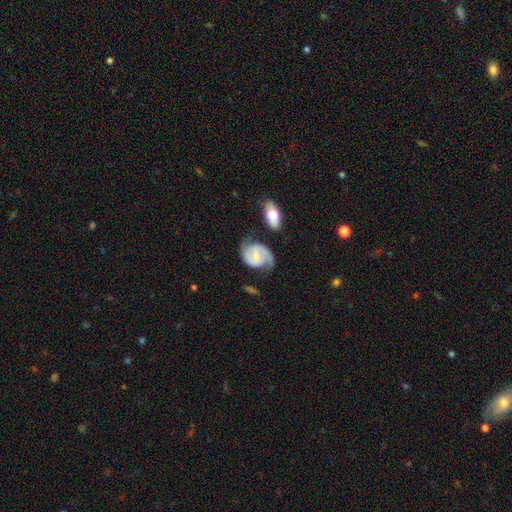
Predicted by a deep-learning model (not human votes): smooth-or-featured: featured or disk: 80% | smooth: 15% | star or artifact: 5%
  disk-edge-on: no: 97% | yes: 3%
    bar: weak: 47% | no: 38% | strong: 15%
    has-spiral-arms: yes: 94% | no: 6%
      spiral-winding: medium: 46% | tight: 37% | loose: 17%
      spiral-arm-count: 2: 85% | can't tell: 6% | 1: 6% | 3: 1% | 4: 1% | more than 4: 1%
    bulge-size: moderate: 48% | small: 44% | none: 4% | large: 3% | dominant: 1%
  merging: none: 60% | minor disturbance: 23% | major disturbance: 10% | merger: 7%